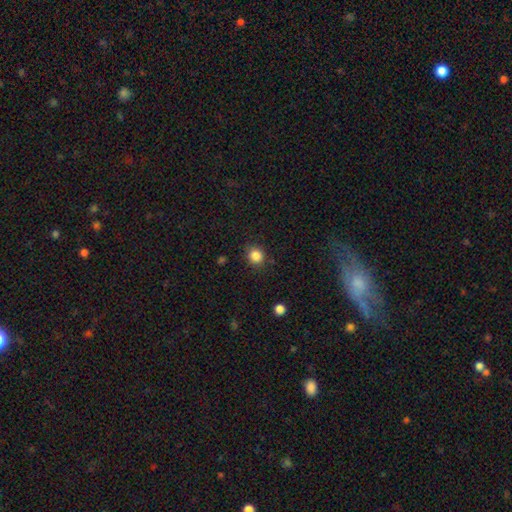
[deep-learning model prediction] Overall: smooth (85%). How rounded: round (85%). Merging: none (88%).